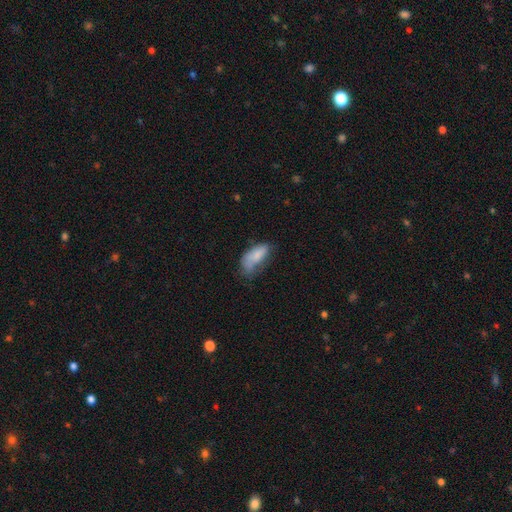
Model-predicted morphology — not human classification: A smooth galaxy with no disk features (76%) that is in between round and cigar-shaped (86%).

Vote fractions:
- Smooth or featured? smooth: 76% / featured or disk: 16% / star or artifact: 8%
- How rounded? in between: 86% / cigar-shaped: 11% / round: 3%
- Merging? minor disturbance: 36% / none: 34% / major disturbance: 25% / merger: 4%